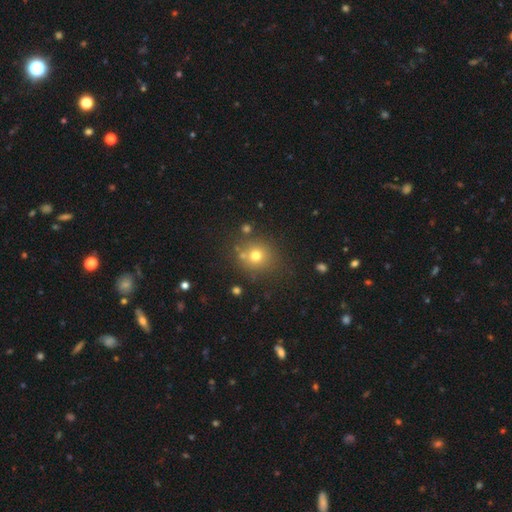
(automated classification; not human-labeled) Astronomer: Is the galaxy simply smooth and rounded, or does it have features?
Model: smooth — 72%.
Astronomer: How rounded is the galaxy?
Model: round — 87%.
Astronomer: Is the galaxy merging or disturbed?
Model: none — 76%.